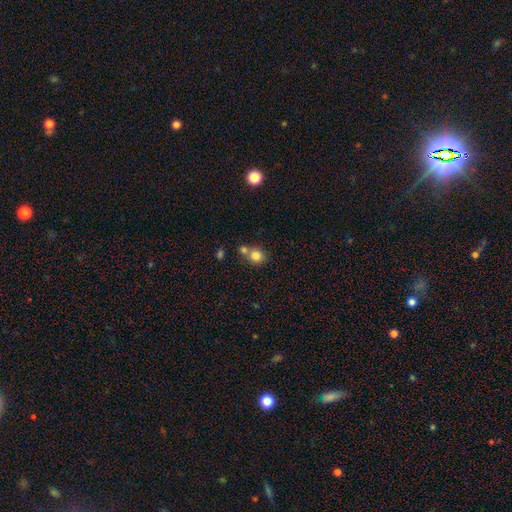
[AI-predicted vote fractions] A smooth galaxy with no disk features (80%) that is round (82%). Merging: none (53%).